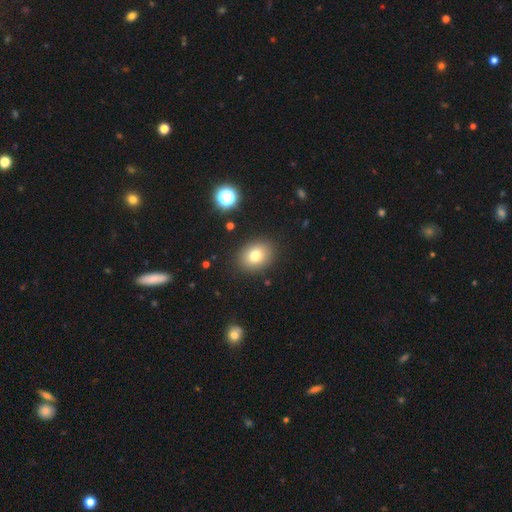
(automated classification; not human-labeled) Overall: smooth (77%). How rounded: in between (53%; round 46%). Merging: none (88%).